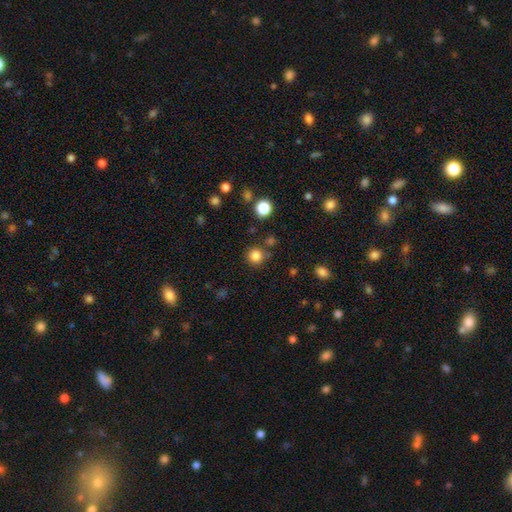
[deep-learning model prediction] Smooth or featured? Predicted: smooth (p=0.83). How rounded? Predicted: round (p=0.94). Merging? Predicted: none (p=0.82).